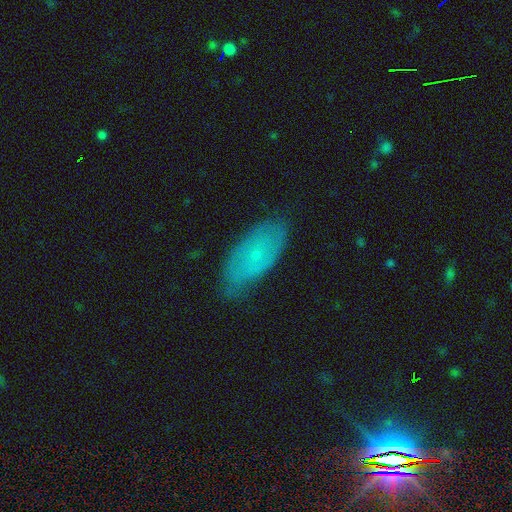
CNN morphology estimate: Q: Smooth or featured?
A: smooth (47%); runner-up: featured or disk (44%)
Q: Merging?
A: none (72%); runner-up: minor disturbance (22%)